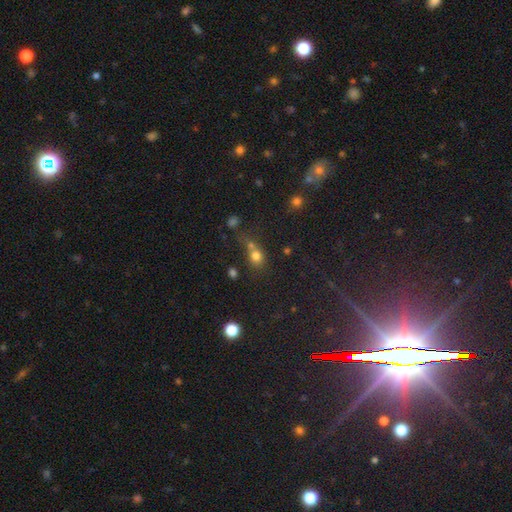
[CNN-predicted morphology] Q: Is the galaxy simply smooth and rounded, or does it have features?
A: smooth — 72%.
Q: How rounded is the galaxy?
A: round — 72%.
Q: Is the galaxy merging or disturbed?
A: merger — 44%.